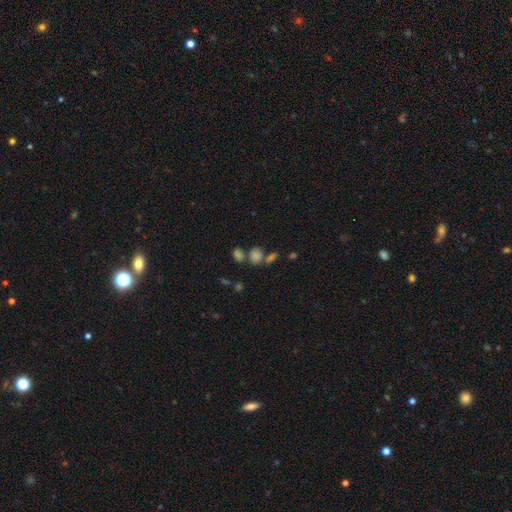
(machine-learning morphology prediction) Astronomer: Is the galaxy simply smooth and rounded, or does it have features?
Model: smooth — 59%.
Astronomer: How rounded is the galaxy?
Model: round — 50% (runner-up: in between, 47%).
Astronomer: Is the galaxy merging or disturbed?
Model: none — 51% (runner-up: merger, 30%).